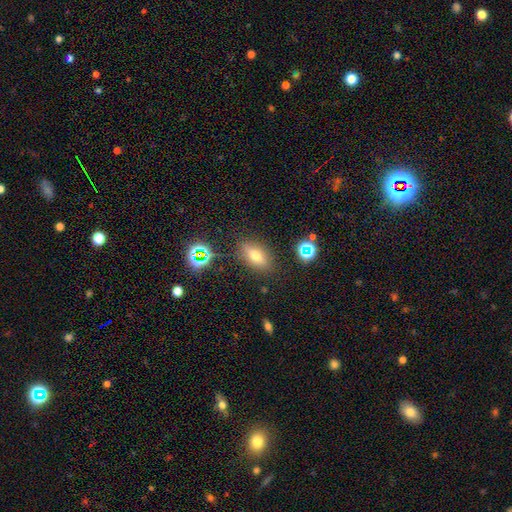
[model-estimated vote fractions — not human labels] smooth-or-featured: smooth: 51% | featured or disk: 31% | star or artifact: 18%
  how-rounded: in between: 70% | cigar-shaped: 18% | round: 11%
  merging: none: 83% | minor disturbance: 11% | major disturbance: 4% | merger: 3%